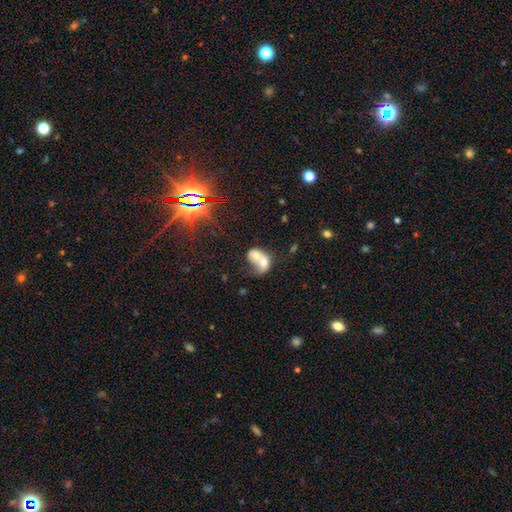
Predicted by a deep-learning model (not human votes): This appears to be a smooth galaxy with no disk features (56%) that is in between round and cigar-shaped (57%). Merging: merger (80%).